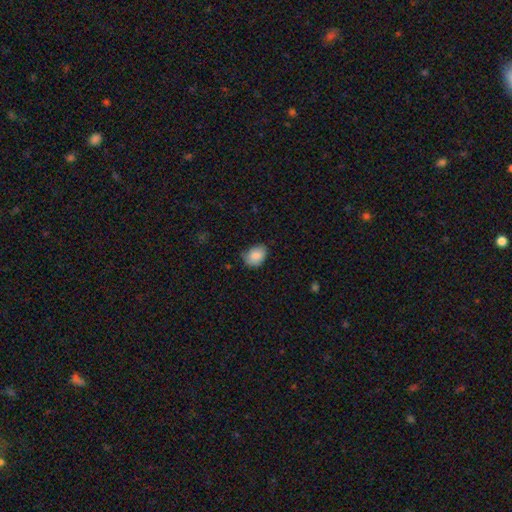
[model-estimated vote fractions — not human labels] Morphology: type=smooth (86%); roundness=in between (71%); merging=none (67%).